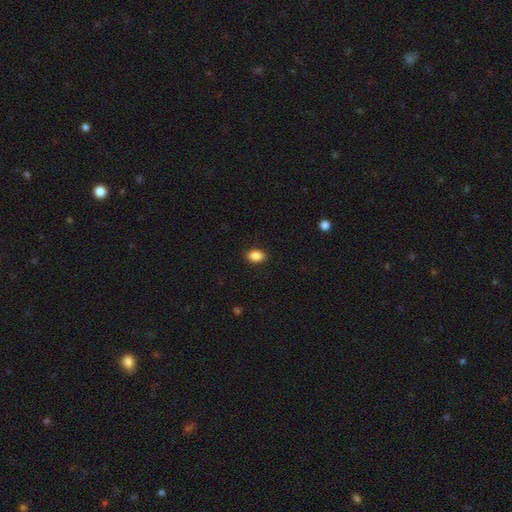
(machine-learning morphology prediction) The model was most divided on "how rounded": in between: 81%, round: 17%, cigar-shaped: 1%. More confident: merging — none (89%); smooth or featured — smooth (87%).